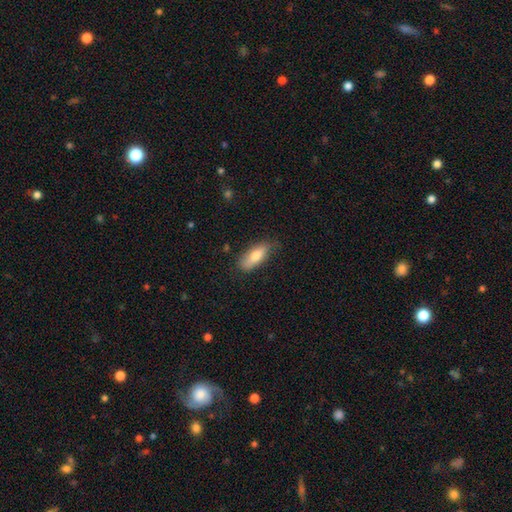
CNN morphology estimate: Q: Smooth or featured?
A: smooth (76%); runner-up: featured or disk (18%)
Q: How rounded?
A: in between (71%); runner-up: cigar-shaped (27%)
Q: Merging?
A: none (72%); runner-up: minor disturbance (22%)